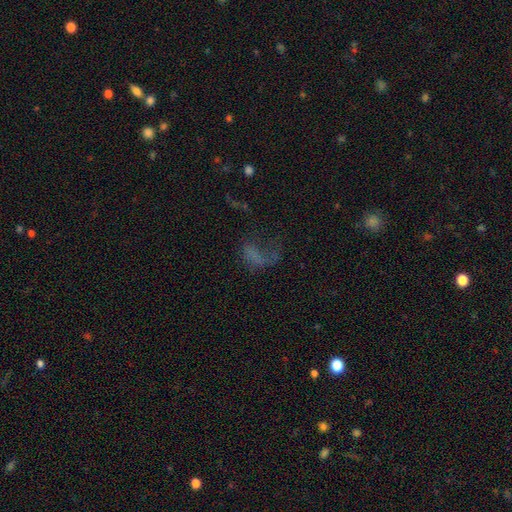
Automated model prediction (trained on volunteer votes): smooth_or_featured: smooth (p=0.39) [alt: featured or disk p=0.35]
merging: major disturbance (p=0.49) [alt: none p=0.31]